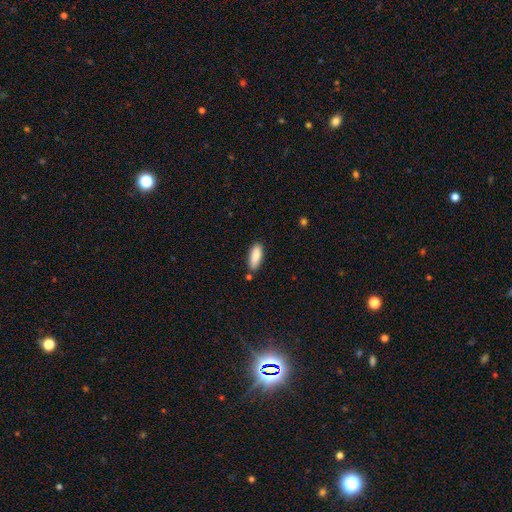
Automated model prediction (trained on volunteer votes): Smooth or featured? smooth (87%)
How rounded? in between (70%)
Merging? none (77%)